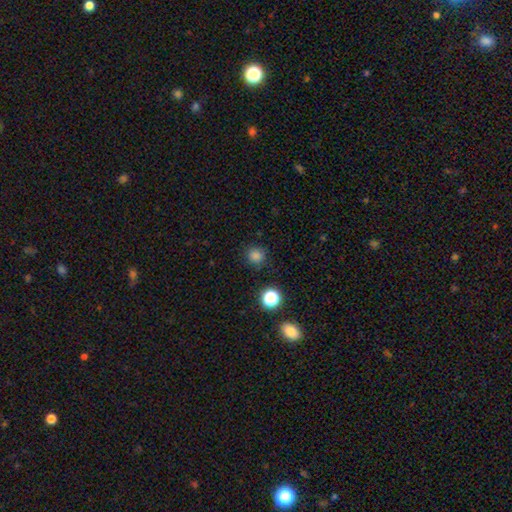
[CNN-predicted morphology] A smooth galaxy with no disk features (81%) that is round (93%). Merging: none (86%).